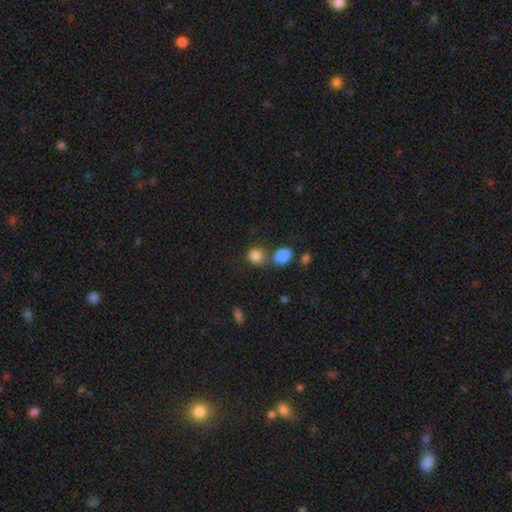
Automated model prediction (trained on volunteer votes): This appears to be a smooth galaxy with no disk features (84%) that is round (74%). Merging: none (52%).